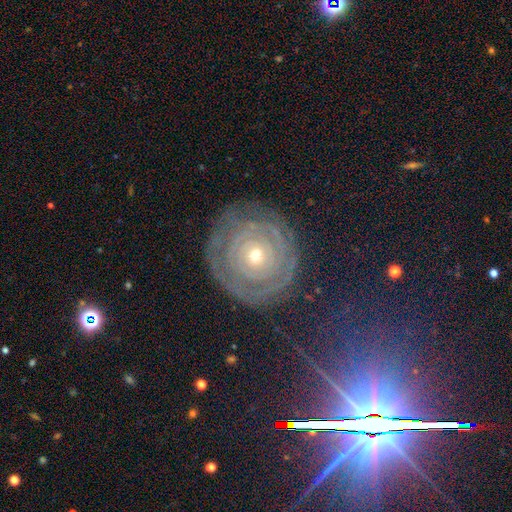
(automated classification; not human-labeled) This appears to be a featured or disk galaxy (79%) with no bar (84%), tight (87%) spiral arms (79%) and a small central bulge (65%). Merging: none (74%).